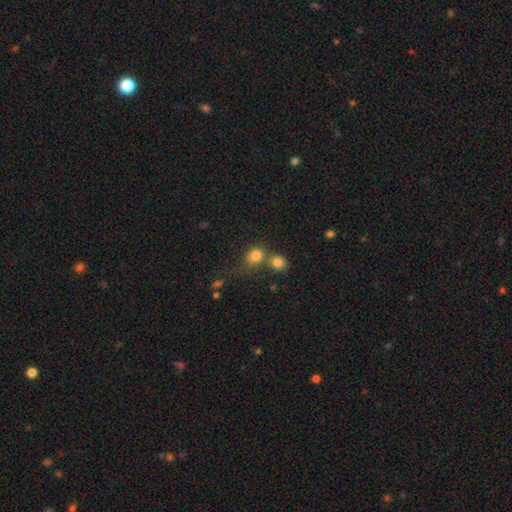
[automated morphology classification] Overall: smooth (81%). How rounded: round (66%; in between 33%). Merging: none (42%; merger 41%).